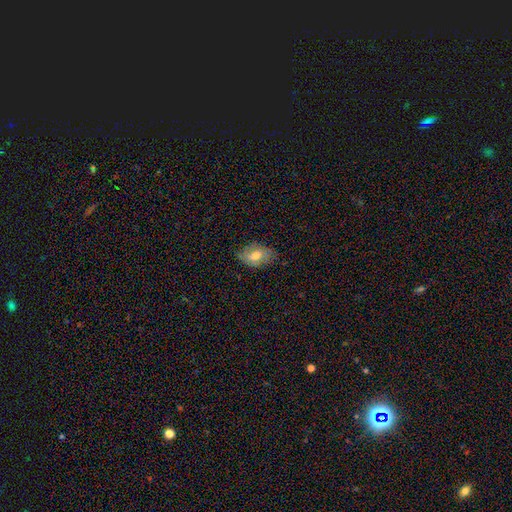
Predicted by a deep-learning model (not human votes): smooth 58%, featured or disk 34%, star or artifact 8%. Down the decision tree: how rounded — in between (85%); merging — none (69%).